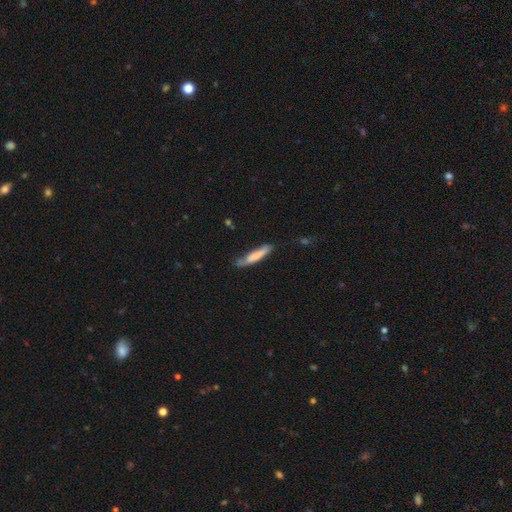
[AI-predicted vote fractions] The model was most divided on "merging": none: 60%, minor disturbance: 28%, major disturbance: 8%, merger: 3%. More confident: how rounded — cigar-shaped (85%); smooth or featured — smooth (71%).